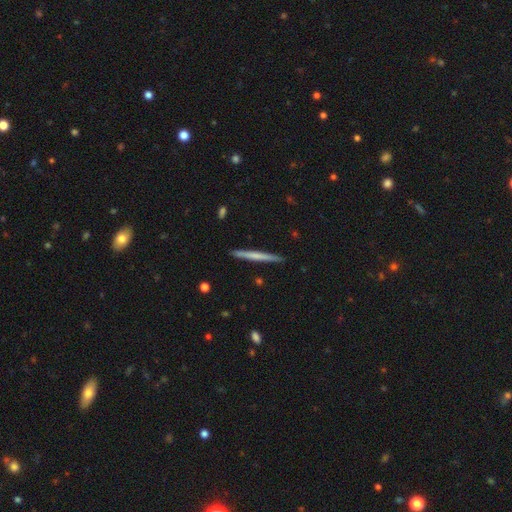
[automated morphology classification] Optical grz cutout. It shows a smooth galaxy with no disk features (53%) that is cigar-shaped (97%). Merging: none (91%).